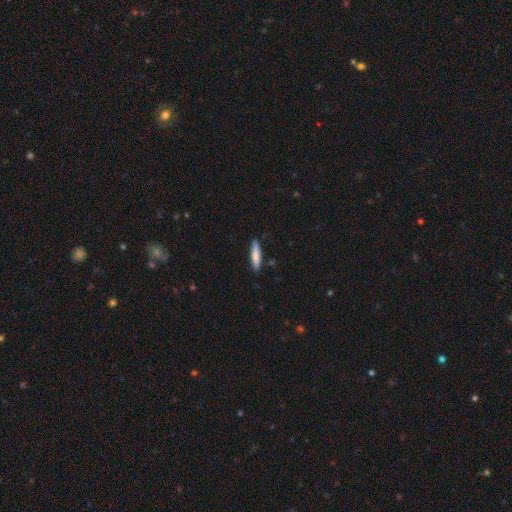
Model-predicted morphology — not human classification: smooth 79%, featured or disk 16%, star or artifact 5%. Down the decision tree: how rounded — cigar-shaped (84%); merging — none (87%).